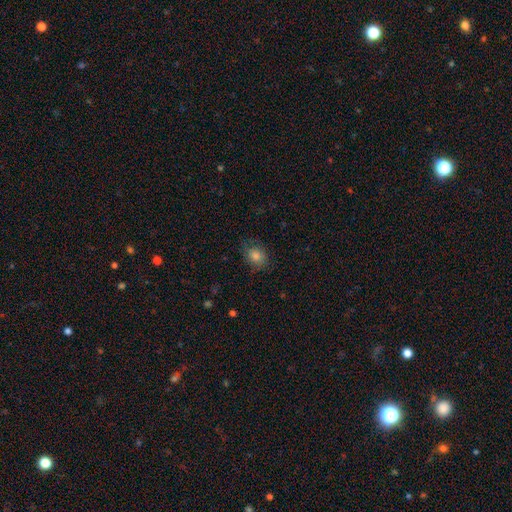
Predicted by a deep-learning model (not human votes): Smooth or featured? Predicted: smooth (p=0.76). How rounded? Predicted: in between (p=0.55). Merging? Predicted: none (p=0.75).